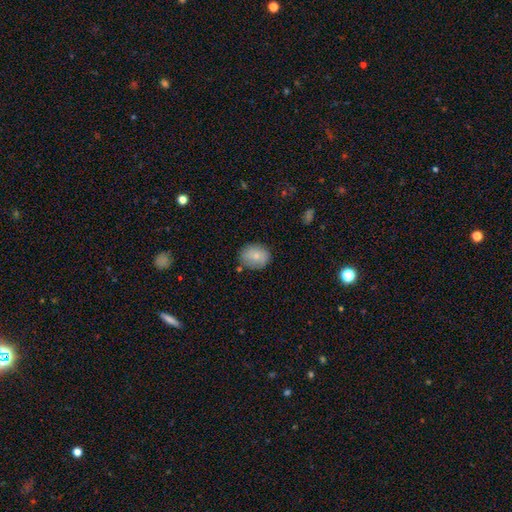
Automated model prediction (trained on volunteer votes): smooth 79%, featured or disk 13%, star or artifact 8%. Down the decision tree: how rounded — round (59%); merging — none (74%).